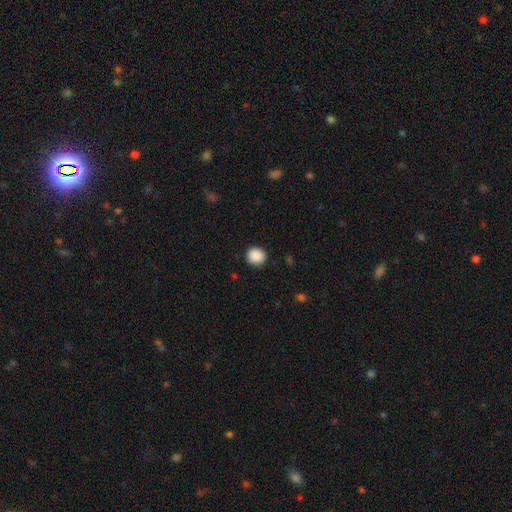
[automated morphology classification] type=smooth (89%); roundness=round (86%); merging=none (89%).